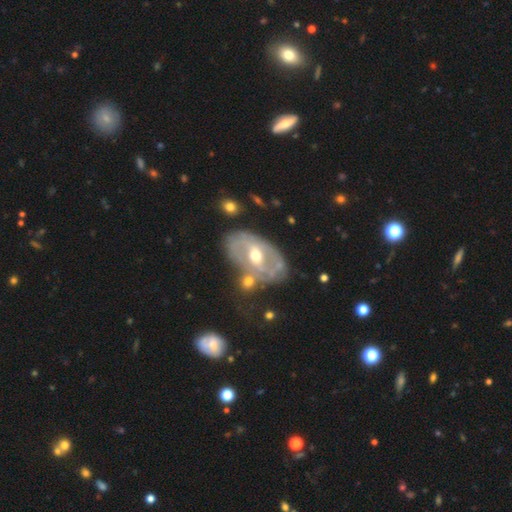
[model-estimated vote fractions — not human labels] This appears to be a featured or disk galaxy (78%) with a weak bar (42%), spiral arms (62%) and a moderate central bulge (71%). Merging: none (55%).